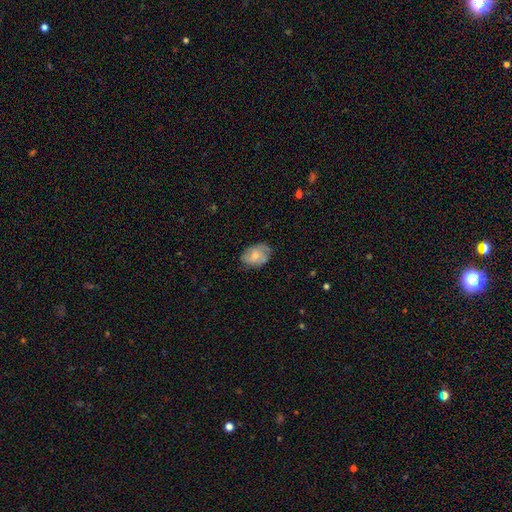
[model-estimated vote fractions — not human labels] smooth-or-featured: smooth: 63% | featured or disk: 30% | star or artifact: 7%
  how-rounded: in between: 80% | round: 19% | cigar-shaped: 1%
  merging: none: 67% | minor disturbance: 25% | major disturbance: 6% | merger: 1%